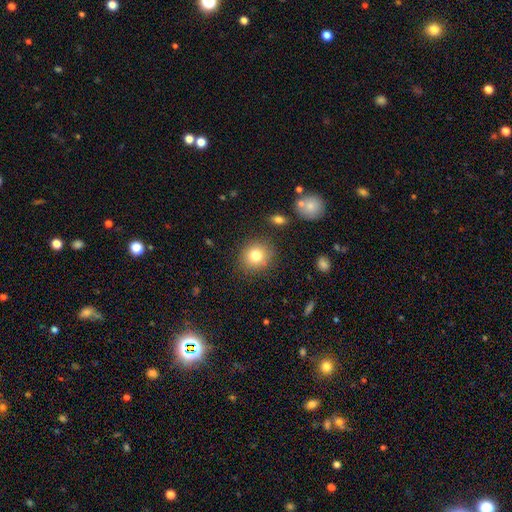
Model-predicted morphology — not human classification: Smooth or featured? smooth (79%)
How rounded? round (81%)
Merging? none (86%)